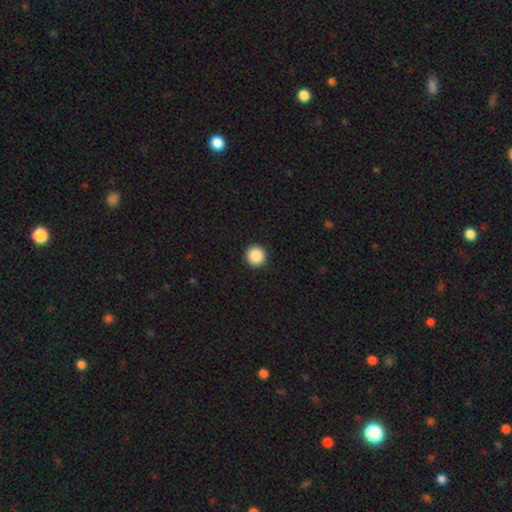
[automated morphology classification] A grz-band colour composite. It shows a smooth galaxy with no disk features (89%) that is round (95%). Merging: none (94%).